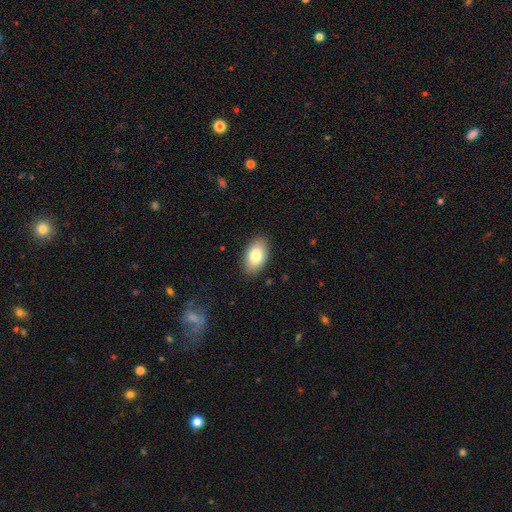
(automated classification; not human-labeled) smooth_or_featured: smooth (p=0.81) [alt: featured or disk p=0.12]
how_rounded: in between (p=0.93) [alt: round p=0.05]
merging: none (p=0.88) [alt: minor disturbance p=0.09]